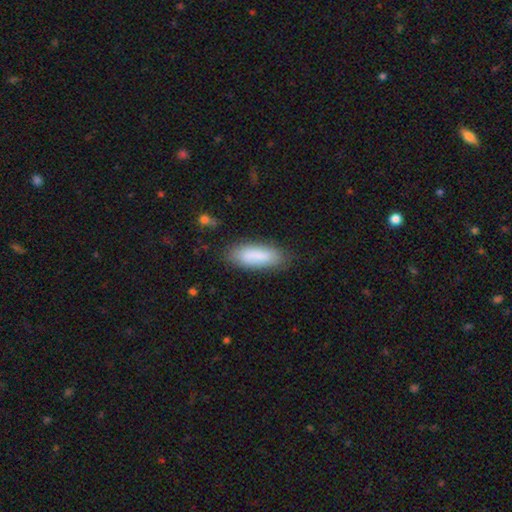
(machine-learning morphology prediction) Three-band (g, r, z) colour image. It shows a smooth galaxy with no disk features (83%) that is in between round and cigar-shaped (72%). Merging: none (80%).